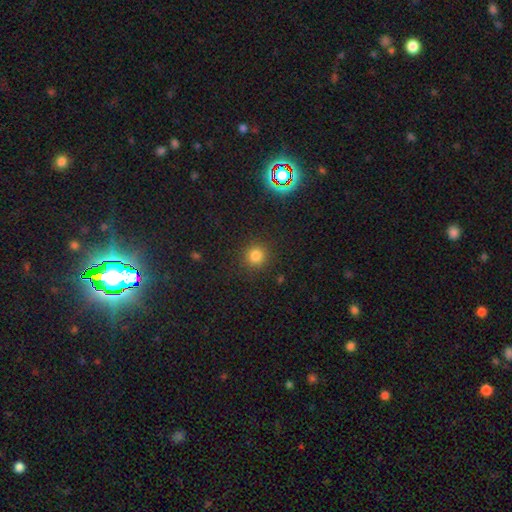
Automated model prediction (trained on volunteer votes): Smooth or featured? smooth (80%)
How rounded? round (93%)
Merging? none (89%)